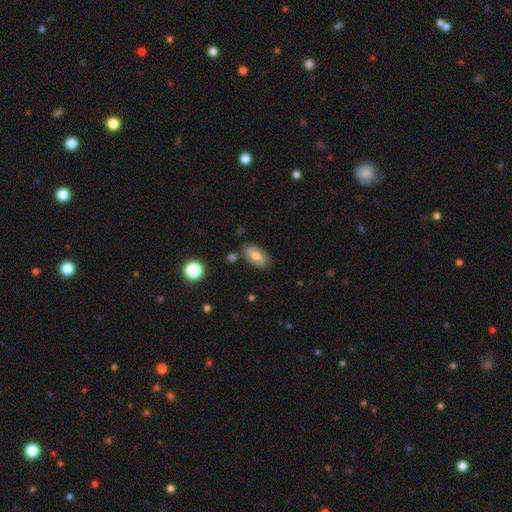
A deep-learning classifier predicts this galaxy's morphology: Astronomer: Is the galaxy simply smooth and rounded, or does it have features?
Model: smooth — 68%.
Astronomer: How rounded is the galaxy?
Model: in between — 89%.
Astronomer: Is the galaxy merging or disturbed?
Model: none — 82%.